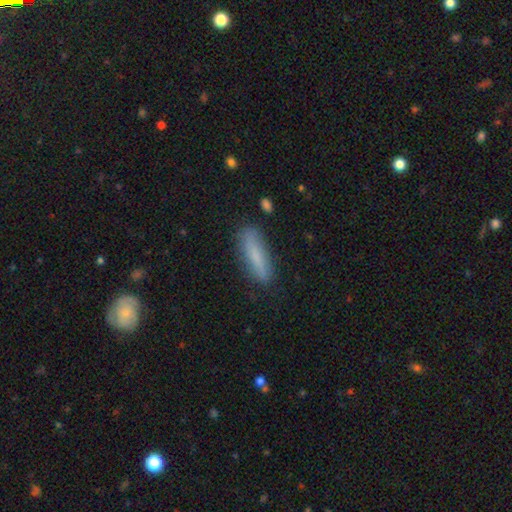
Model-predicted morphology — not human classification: smooth-or-featured: smooth: 75% | featured or disk: 17% | star or artifact: 7%
  how-rounded: cigar-shaped: 74% | in between: 24% | round: 2%
  merging: none: 82% | minor disturbance: 13% | major disturbance: 3% | merger: 2%